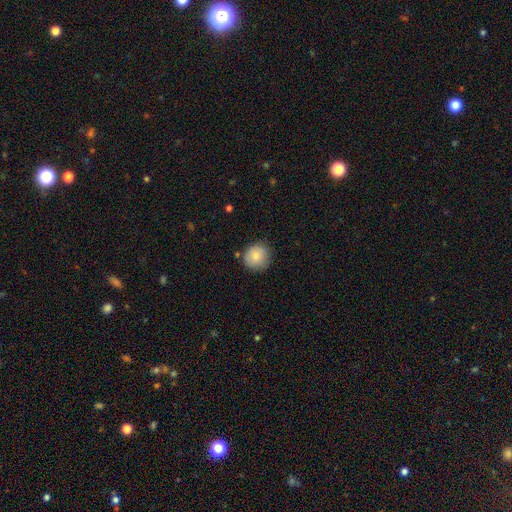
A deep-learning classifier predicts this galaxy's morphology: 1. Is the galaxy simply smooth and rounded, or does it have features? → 82% smooth, 10% featured or disk, 8% star or artifact.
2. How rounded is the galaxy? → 90% round, 9% in between, 1% cigar-shaped.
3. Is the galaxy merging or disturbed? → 81% none, 14% minor disturbance, 3% major disturbance, 3% merger.